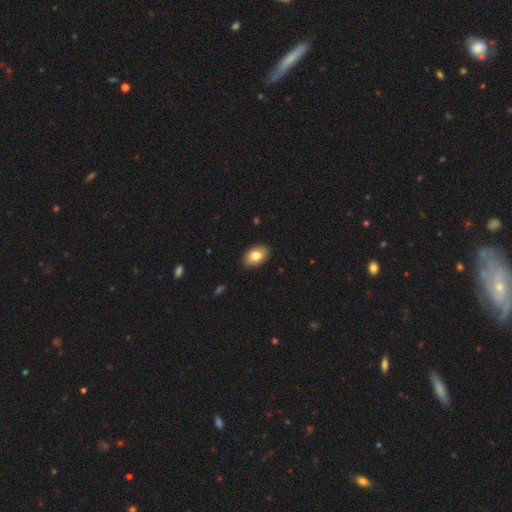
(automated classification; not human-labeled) Morphology: type=smooth (81%); roundness=in between (89%); merging=none (90%).